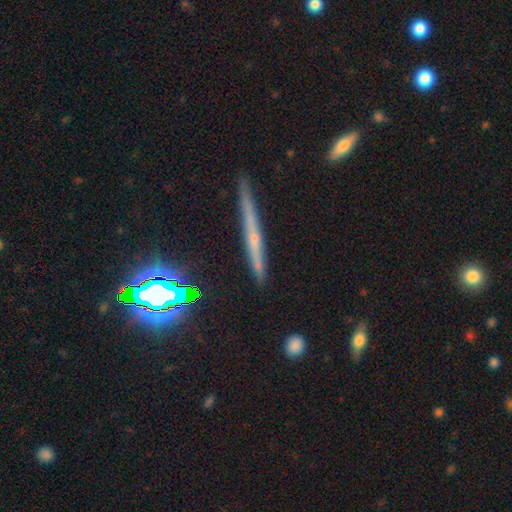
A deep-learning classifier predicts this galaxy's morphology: Smooth or featured: featured or disk — 54% (smooth — 32%)
Edge-on disk: yes — 95% (no — 5%)
Edge-on bulge: none — 58% (rounded — 35%)
Merging: none — 84% (minor disturbance — 12%)